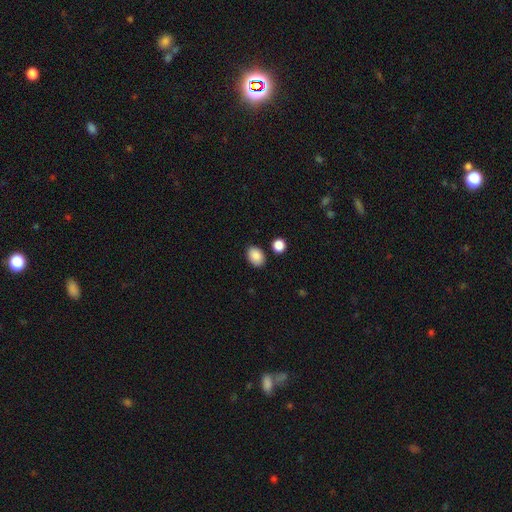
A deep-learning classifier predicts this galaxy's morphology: type=smooth (88%); roundness=in between (76%); merging=none (84%).